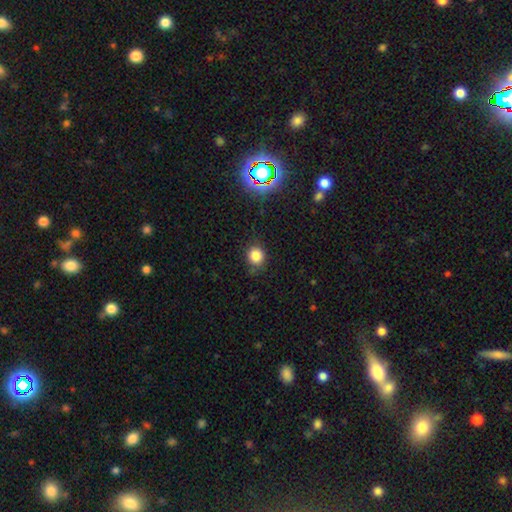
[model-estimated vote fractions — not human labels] The model was most divided on "merging": none: 80%, minor disturbance: 14%, major disturbance: 4%, merger: 2%. More confident: how rounded — round (84%); smooth or featured — smooth (81%).